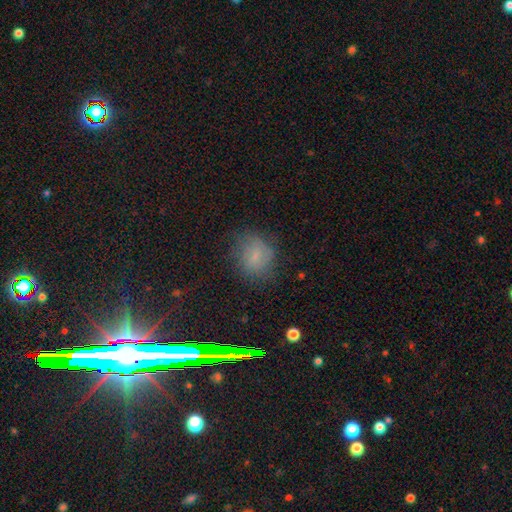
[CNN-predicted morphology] Smooth or featured? smooth (65%)
How rounded? round (55%)
Merging? none (73%)